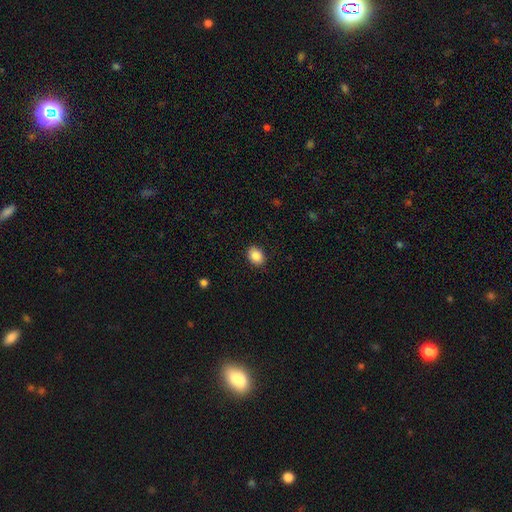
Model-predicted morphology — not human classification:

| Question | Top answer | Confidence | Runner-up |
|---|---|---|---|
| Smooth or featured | smooth | 86% | star or artifact (8%) |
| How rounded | in between | 67% | round (32%) |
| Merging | none | 89% | minor disturbance (8%) |